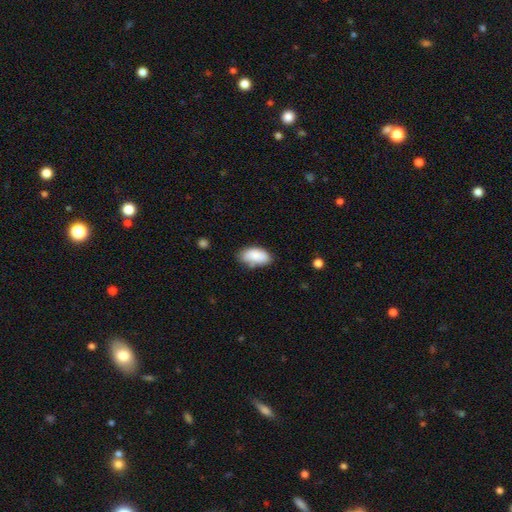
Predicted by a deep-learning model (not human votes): A smooth galaxy with no disk features (87%) that is in between round and cigar-shaped (94%). Merging: none (68%).